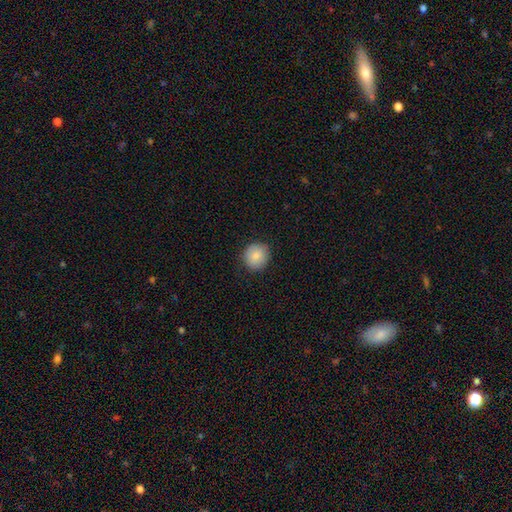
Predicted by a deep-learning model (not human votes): A smooth galaxy with no disk features (86%) that is round (90%). Merging: none (87%).